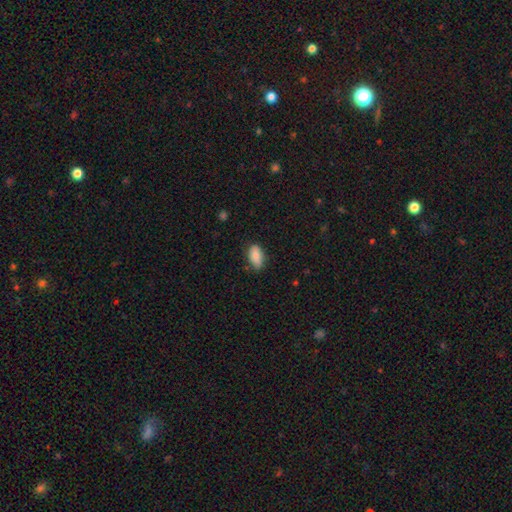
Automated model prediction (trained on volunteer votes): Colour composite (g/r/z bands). It shows a smooth galaxy with no disk features (83%) that is in between round and cigar-shaped (92%). Merging: none (80%).